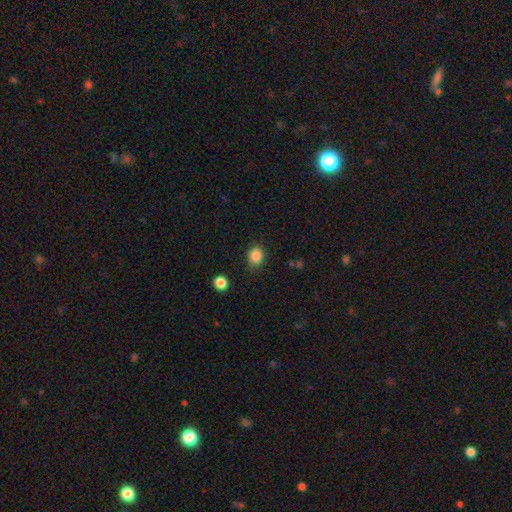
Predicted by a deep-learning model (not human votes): smooth-or-featured: smooth: 85% | star or artifact: 11% | featured or disk: 5%
  how-rounded: round: 62% | in between: 37% | cigar-shaped: 1%
  merging: none: 83% | minor disturbance: 12% | major disturbance: 3% | merger: 2%